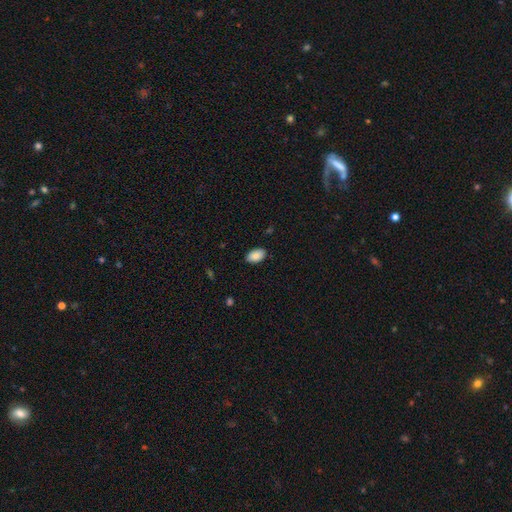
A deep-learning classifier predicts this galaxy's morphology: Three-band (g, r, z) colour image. It shows a smooth galaxy with no disk features (88%) that is in between round and cigar-shaped (93%). Merging: none (88%).